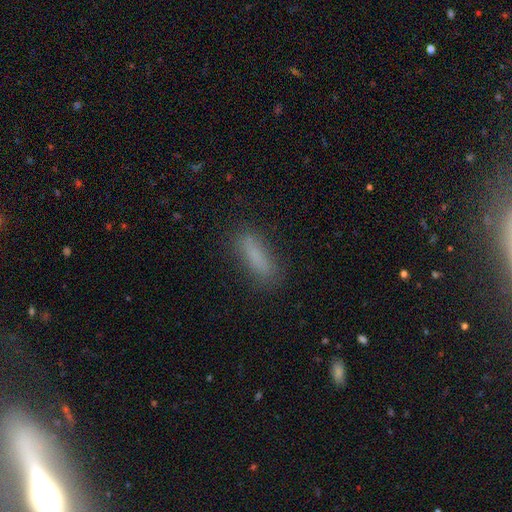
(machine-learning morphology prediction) smooth_or_featured: smooth (p=0.81) [alt: featured or disk p=0.10]
how_rounded: cigar-shaped (p=0.63) [alt: in between p=0.35]
merging: none (p=0.83) [alt: minor disturbance p=0.12]